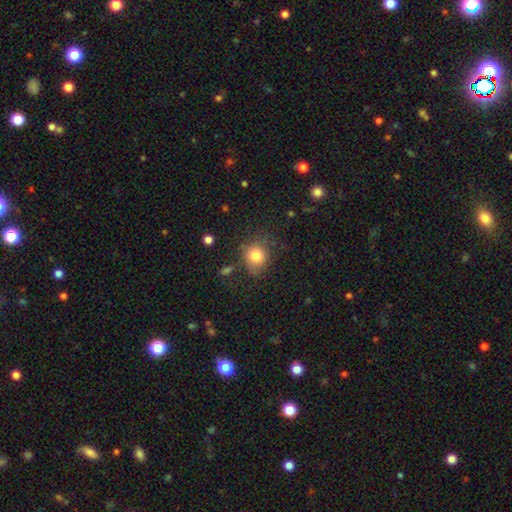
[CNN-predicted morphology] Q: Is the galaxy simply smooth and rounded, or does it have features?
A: smooth — 80%.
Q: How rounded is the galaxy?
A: round — 77%.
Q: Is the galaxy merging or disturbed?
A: none — 71%.